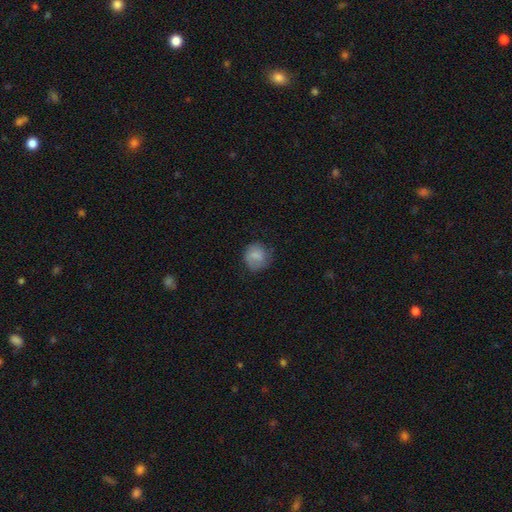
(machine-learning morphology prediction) Smooth or featured? Predicted: smooth (p=0.79). How rounded? Predicted: round (p=0.82). Merging? Predicted: none (p=0.66).